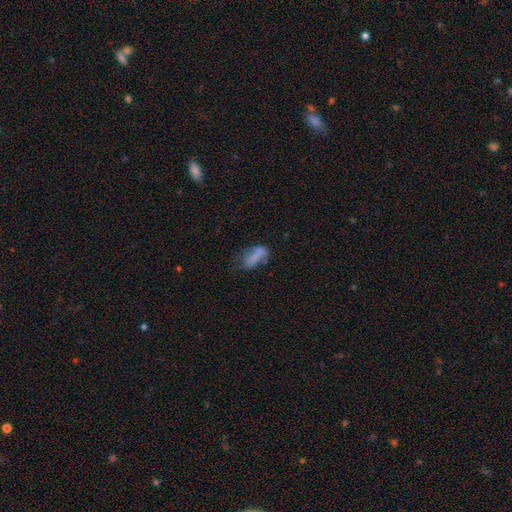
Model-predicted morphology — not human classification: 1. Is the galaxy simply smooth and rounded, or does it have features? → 66% smooth, 22% featured or disk, 12% star or artifact.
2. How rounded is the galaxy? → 77% in between, 19% cigar-shaped, 4% round.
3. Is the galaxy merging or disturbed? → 33% none, 28% major disturbance, 25% minor disturbance, 14% merger.